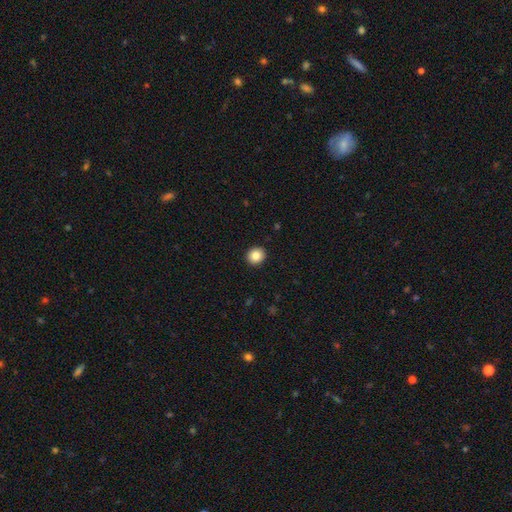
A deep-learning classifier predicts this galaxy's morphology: smooth 84%, star or artifact 10%, featured or disk 6%. Down the decision tree: how rounded — round (83%); merging — none (92%).